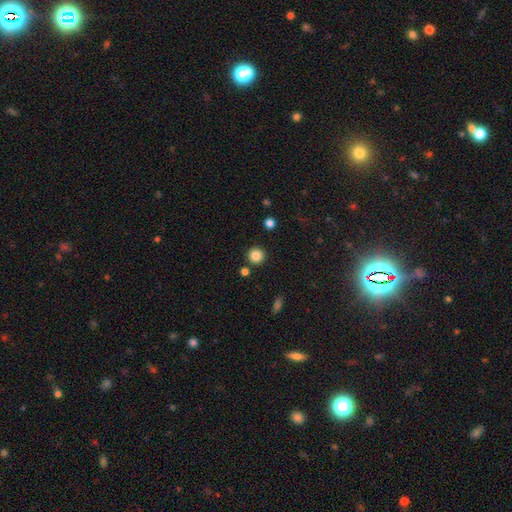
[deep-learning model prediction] Q: Smooth or featured?
A: smooth (86%); runner-up: star or artifact (11%)
Q: How rounded?
A: round (95%); runner-up: in between (4%)
Q: Merging?
A: none (89%); runner-up: minor disturbance (5%)